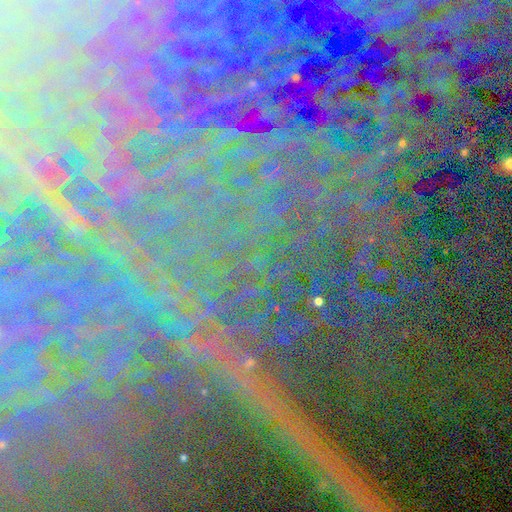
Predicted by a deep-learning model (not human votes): Overall: star or artifact (82%).